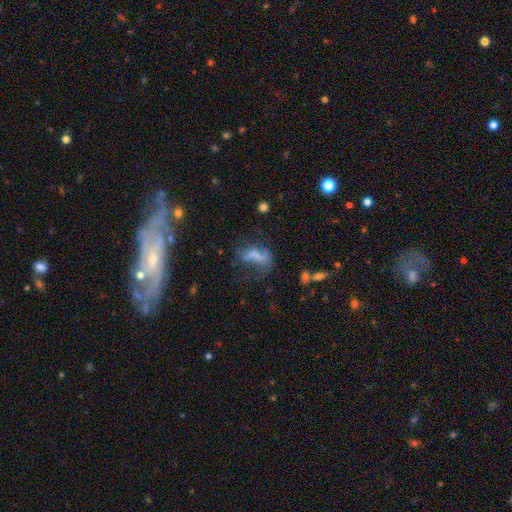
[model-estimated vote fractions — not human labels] This appears to be a smooth galaxy with no disk features (47%). Merging: major disturbance (42%).